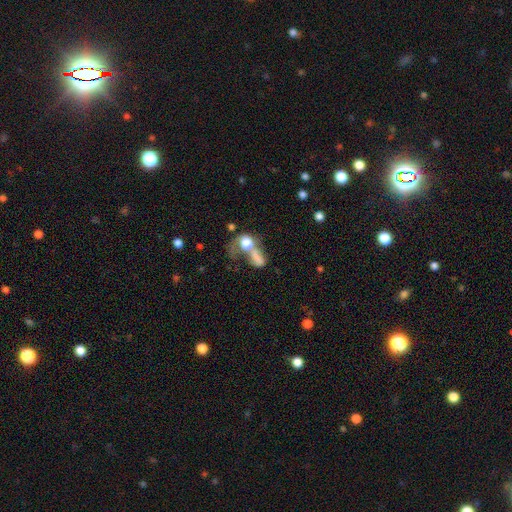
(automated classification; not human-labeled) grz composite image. It shows a smooth galaxy with no disk features (61%) that is in between round and cigar-shaped (57%). Merging: merger (50%).